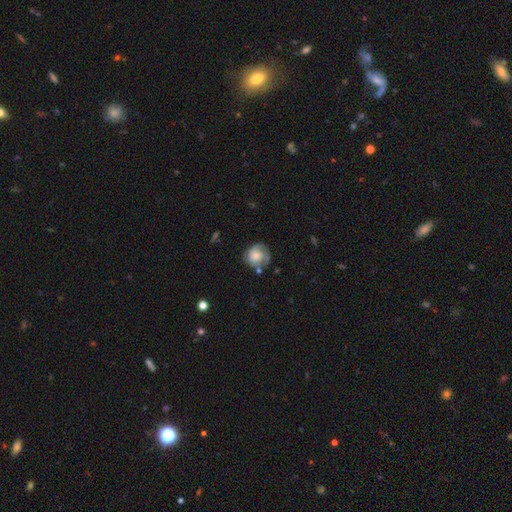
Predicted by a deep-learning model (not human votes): Smooth or featured? featured or disk (51%)
Edge-on disk? no (97%)
Merging? none (62%)